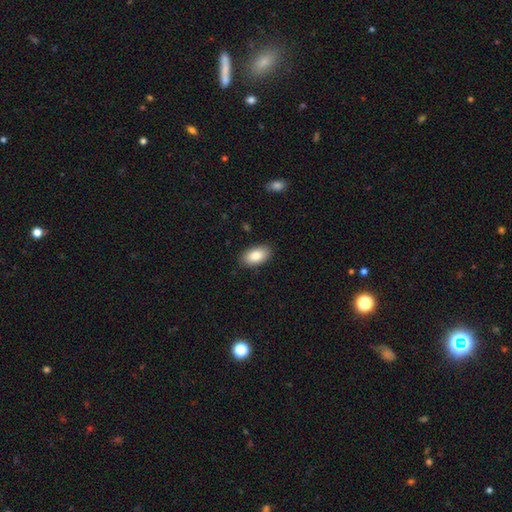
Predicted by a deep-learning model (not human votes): smooth 85%, featured or disk 9%, star or artifact 7%. Down the decision tree: how rounded — in between (94%); merging — none (88%).